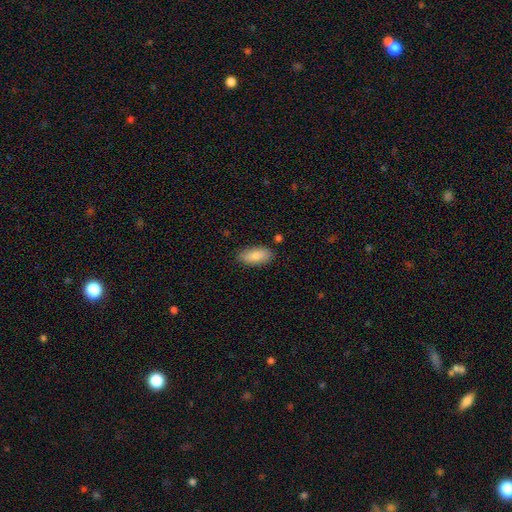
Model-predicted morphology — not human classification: smooth 83%, featured or disk 11%, star or artifact 6%. Down the decision tree: how rounded — in between (87%); merging — none (84%).